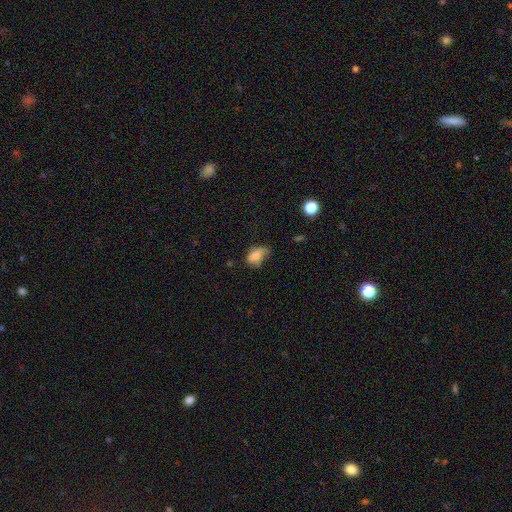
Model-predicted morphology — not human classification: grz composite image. It shows a smooth galaxy with no disk features (72%) that is in between round and cigar-shaped (82%). Merging: minor disturbance (38%).